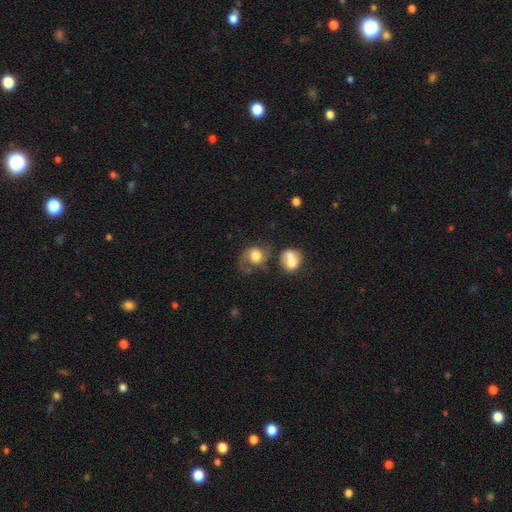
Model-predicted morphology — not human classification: A smooth galaxy with no disk features (53%) that is round (62%).

Vote fractions:
- Smooth or featured? smooth: 53% / featured or disk: 38% / star or artifact: 9%
- How rounded? round: 62% / in between: 36% / cigar-shaped: 1%
- Merging? none: 35% / major disturbance: 27% / minor disturbance: 22% / merger: 16%